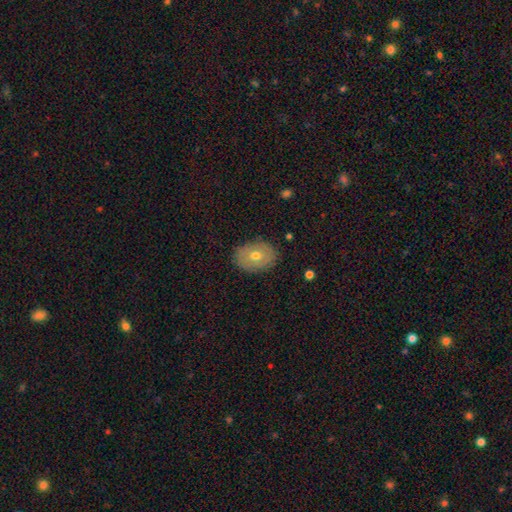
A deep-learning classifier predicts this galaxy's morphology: type=smooth (59%); roundness=in between (72%); merging=none (85%).